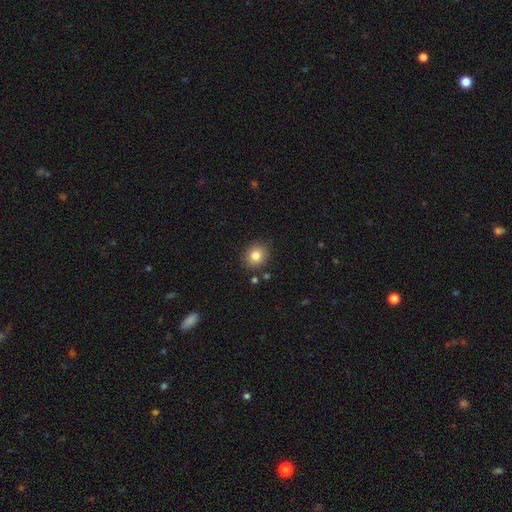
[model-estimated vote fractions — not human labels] A smooth galaxy with no disk features (83%) that is round (75%). Merging: none (87%).